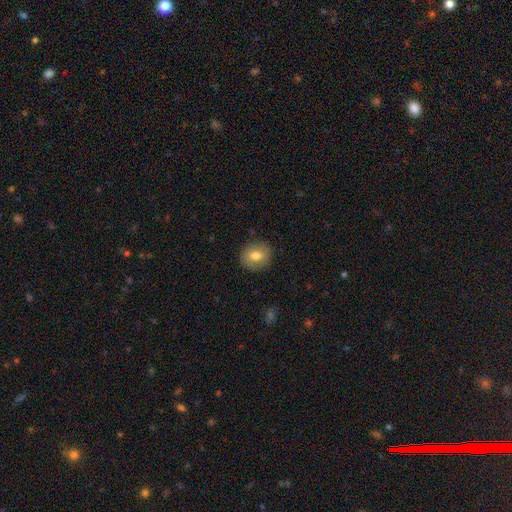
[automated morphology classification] This appears to be a smooth galaxy with no disk features (76%) that is round (80%). Merging: none (88%).